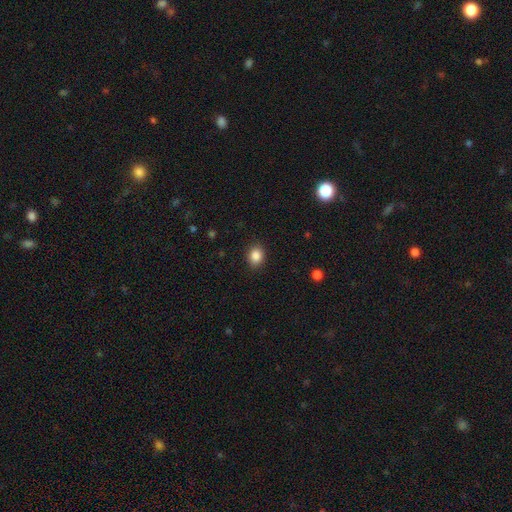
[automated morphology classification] type=smooth (86%); roundness=round (56%); merging=none (89%).